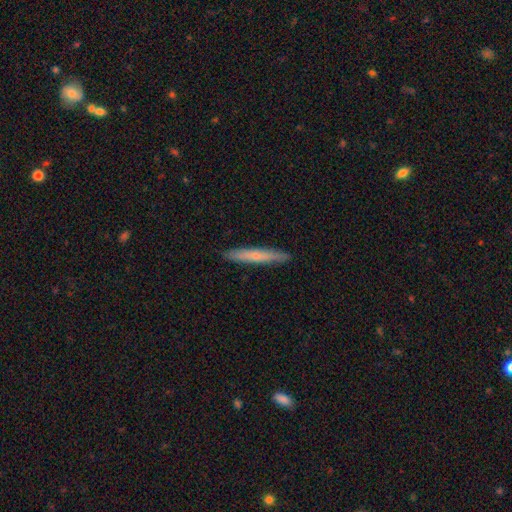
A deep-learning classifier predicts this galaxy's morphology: Q: Smooth or featured?
A: smooth (60%); runner-up: featured or disk (34%)
Q: How rounded?
A: cigar-shaped (95%); runner-up: in between (3%)
Q: Merging?
A: none (91%); runner-up: minor disturbance (7%)